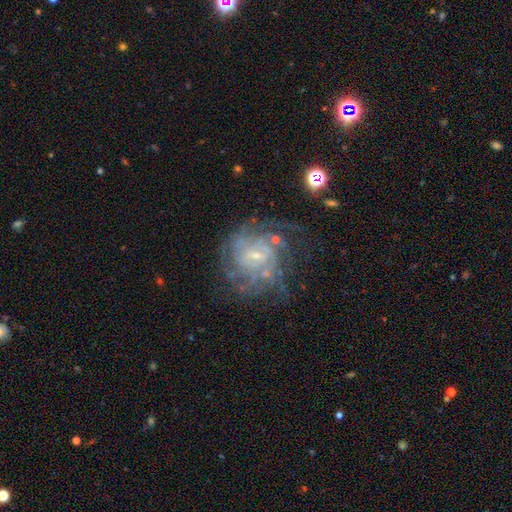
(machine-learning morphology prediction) Smooth or featured?
  - featured or disk: 82% *
  - smooth: 9%
  - star or artifact: 9%
Edge-on disk?
  - no: 98% *
  - yes: 2%
Bar?
  - weak: 50% *
  - no: 38%
  - strong: 12%
Spiral arms?
  - yes: 90% *
  - no: 10%
Spiral winding?
  - tight: 59% *
  - medium: 31%
  - loose: 10%
Spiral arm count?
  - can't tell: 45% *
  - 4: 15%
  - 2: 14%
  - 3: 13%
  - more than 4: 8%
  - 1: 6%
Bulge size?
  - small: 75% *
  - moderate: 16%
  - none: 7%
  - large: 2%
  - dominant: 1%
Merging?
  - none: 60% *
  - minor disturbance: 19%
  - major disturbance: 18%
  - merger: 3%